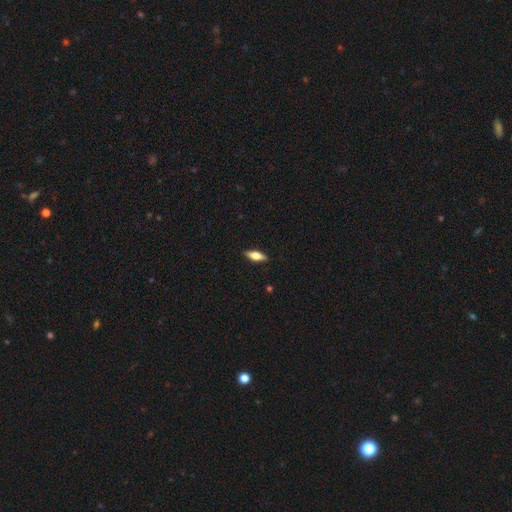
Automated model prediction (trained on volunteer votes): Smooth or featured? smooth (58%)
How rounded? in between (60%)
Merging? none (89%)